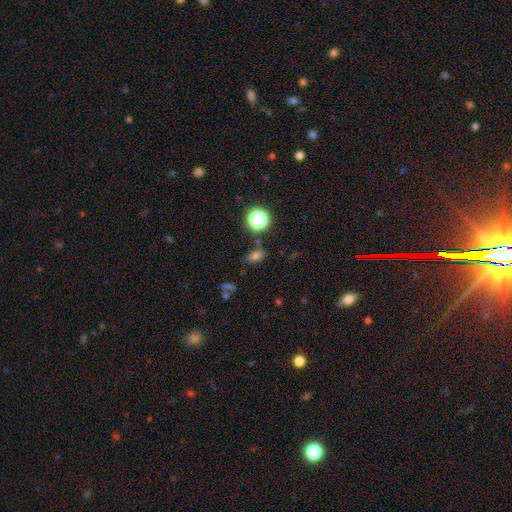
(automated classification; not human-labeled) This is likely a smooth galaxy (71%). How rounded: likely in between (74%). Merging: likely none (79%).